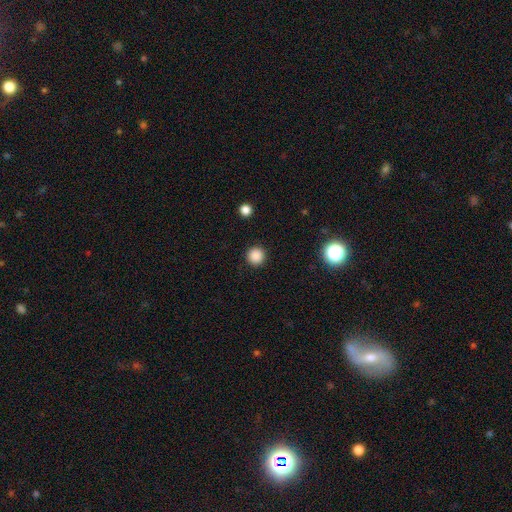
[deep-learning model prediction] Smooth or featured?
  - smooth: 86% *
  - star or artifact: 12%
  - featured or disk: 3%
How rounded?
  - round: 96% *
  - in between: 3%
  - cigar-shaped: 1%
Merging?
  - none: 92% *
  - minor disturbance: 5%
  - major disturbance: 2%
  - merger: 1%